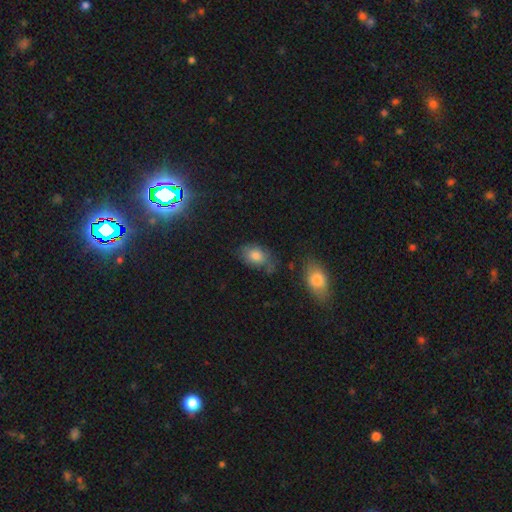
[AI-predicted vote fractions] Smooth or featured? smooth (80%)
How rounded? in between (84%)
Merging? none (57%)